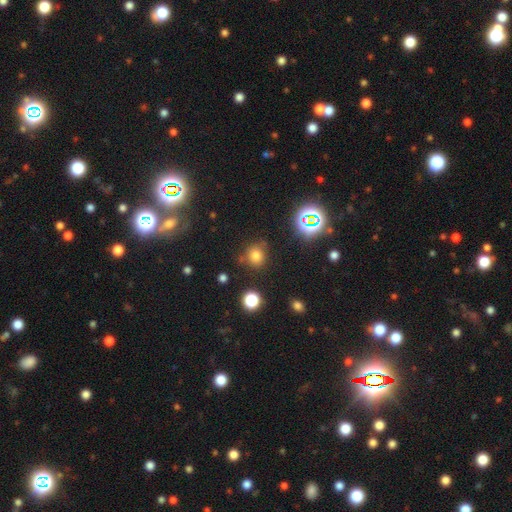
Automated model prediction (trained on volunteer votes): Smooth or featured? smooth (70%)
How rounded? round (83%)
Merging? none (77%)